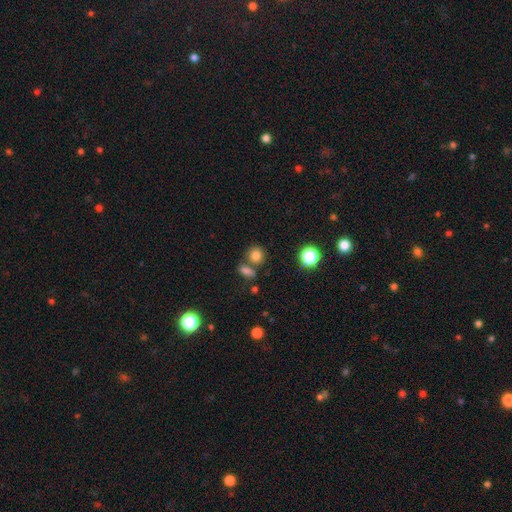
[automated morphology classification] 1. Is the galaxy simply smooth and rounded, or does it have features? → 80% smooth, 13% star or artifact, 6% featured or disk.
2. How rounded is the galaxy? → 81% round, 17% in between, 1% cigar-shaped.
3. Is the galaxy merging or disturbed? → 65% none, 22% merger, 10% minor disturbance, 4% major disturbance.